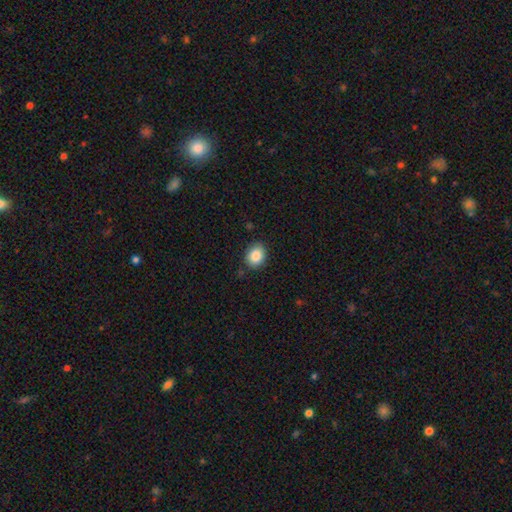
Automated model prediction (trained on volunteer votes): This appears to be a smooth galaxy with no disk features (87%) that is in between round and cigar-shaped (52%). Merging: none (84%).